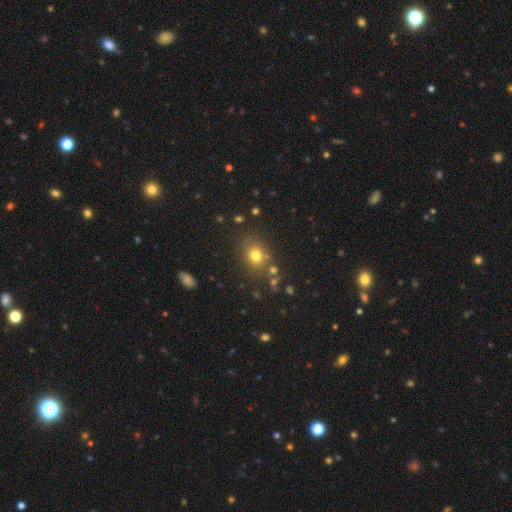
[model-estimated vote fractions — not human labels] Smooth or featured? smooth (74%)
How rounded? round (61%)
Merging? none (75%)